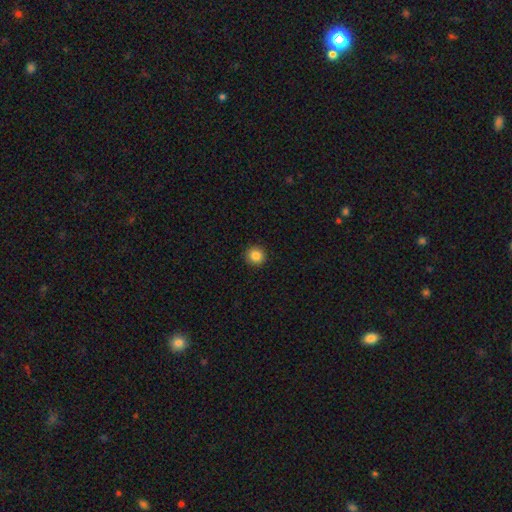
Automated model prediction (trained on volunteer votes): Smooth or featured: smooth — 85% (star or artifact — 10%)
How rounded: round — 94% (in between — 5%)
Merging: none — 93% (minor disturbance — 5%)